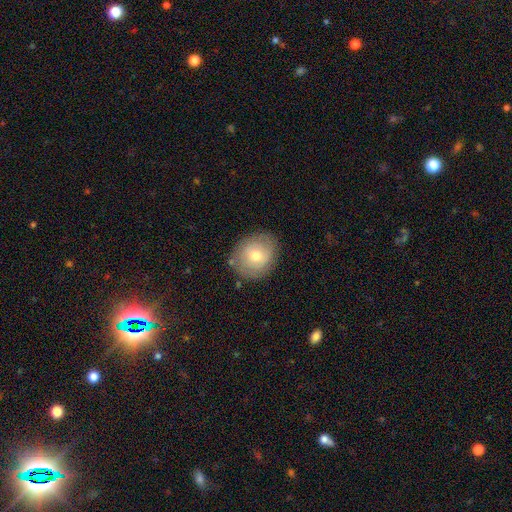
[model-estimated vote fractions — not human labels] Smooth or featured?
  - smooth: 64% *
  - featured or disk: 28%
  - star or artifact: 8%
How rounded?
  - round: 69% *
  - in between: 30%
  - cigar-shaped: 1%
Merging?
  - none: 81% *
  - minor disturbance: 14%
  - major disturbance: 4%
  - merger: 2%